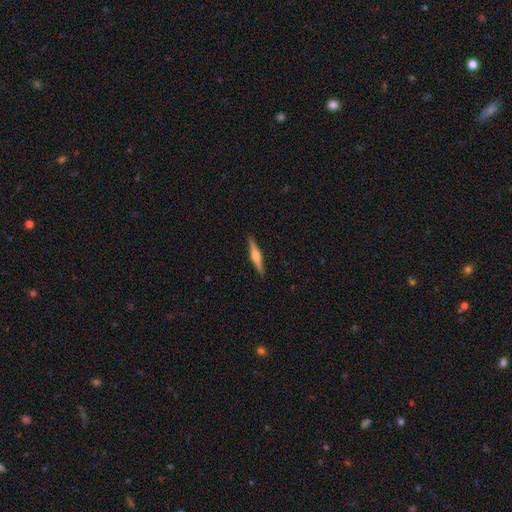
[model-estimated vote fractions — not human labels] smooth-or-featured: featured or disk: 67% | smooth: 28% | star or artifact: 6%
  disk-edge-on: yes: 98% | no: 2%
    edge-on-bulge: rounded: 86% | boxy: 10% | none: 4%
  merging: none: 92% | minor disturbance: 6% | major disturbance: 1% | merger: 1%